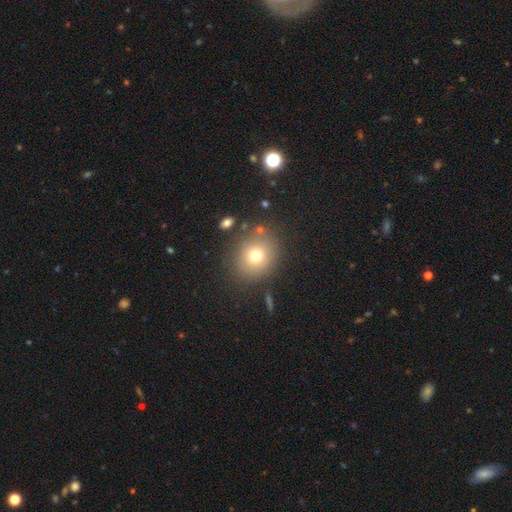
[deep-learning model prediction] Q: Smooth or featured?
A: smooth (72%); runner-up: star or artifact (15%)
Q: How rounded?
A: round (74%); runner-up: in between (25%)
Q: Merging?
A: none (82%); runner-up: minor disturbance (10%)